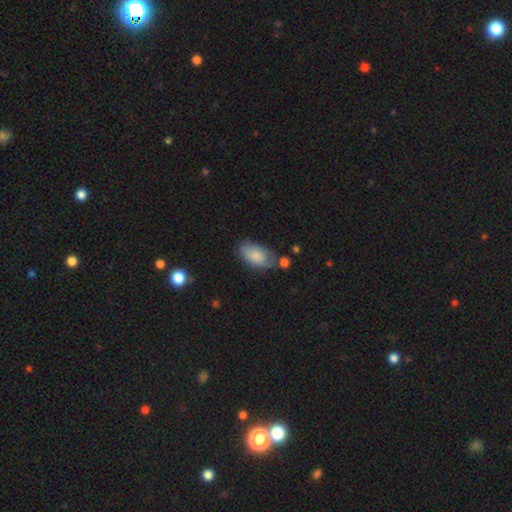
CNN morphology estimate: Smooth or featured: smooth — 80% (featured or disk — 13%)
How rounded: in between — 94% (round — 3%)
Merging: none — 63% (minor disturbance — 24%)